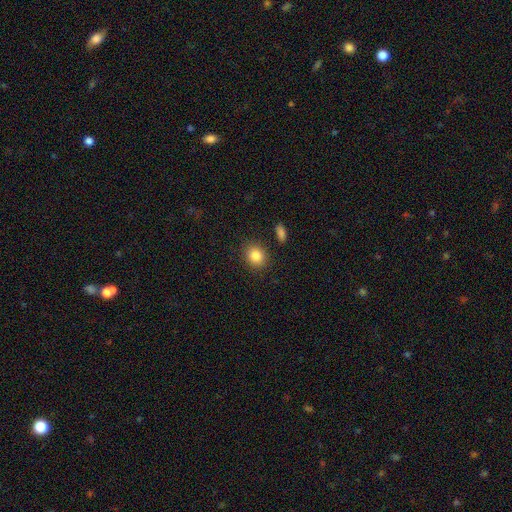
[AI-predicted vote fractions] smooth 85%, star or artifact 9%, featured or disk 6%. Down the decision tree: how rounded — round (68%); merging — none (86%).